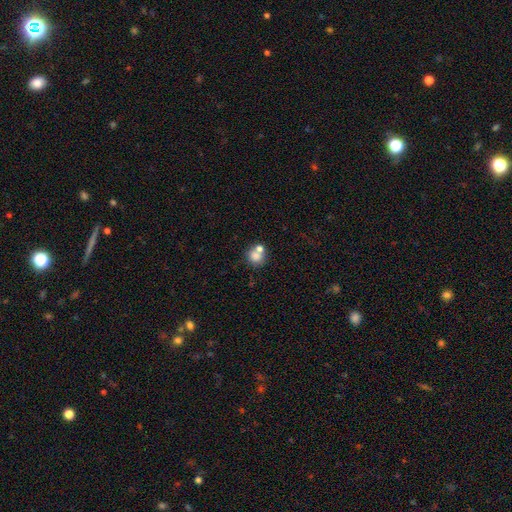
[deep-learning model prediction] The model was most divided on "merging": none: 47%, merger: 38%, minor disturbance: 10%, major disturbance: 5%. More confident: how rounded — round (78%); smooth or featured — smooth (76%).